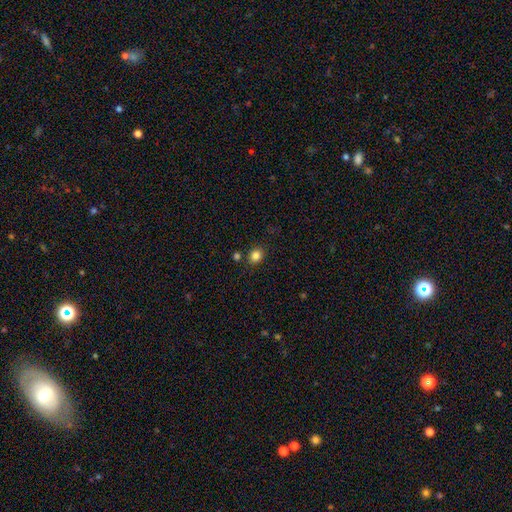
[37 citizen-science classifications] Volunteers were most divided on "how rounded": round: 55%, in between: 45%, cigar-shaped: 0%. More confident: smooth or featured — smooth (84%); merging — none (71%).